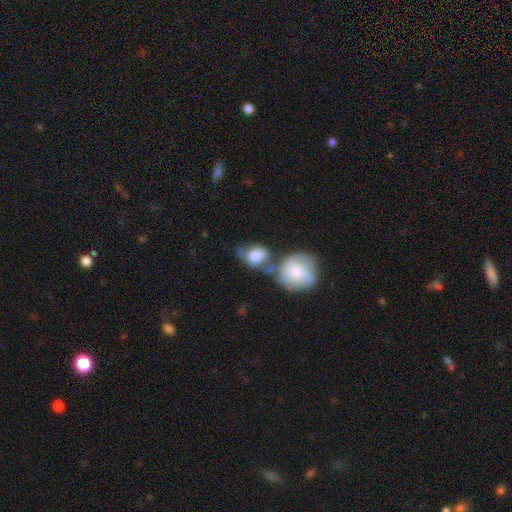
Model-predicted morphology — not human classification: Smooth or featured?
  - smooth: 68% *
  - featured or disk: 26%
  - star or artifact: 7%
How rounded?
  - in between: 59% *
  - round: 39%
  - cigar-shaped: 2%
Merging?
  - merger: 42% *
  - none: 25%
  - minor disturbance: 18%
  - major disturbance: 15%